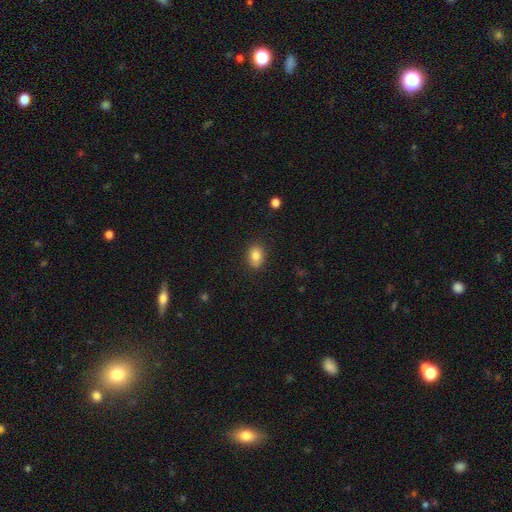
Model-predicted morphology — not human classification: Smooth or featured: smooth — 83% (star or artifact — 9%)
How rounded: in between — 71% (round — 28%)
Merging: none — 85% (minor disturbance — 12%)